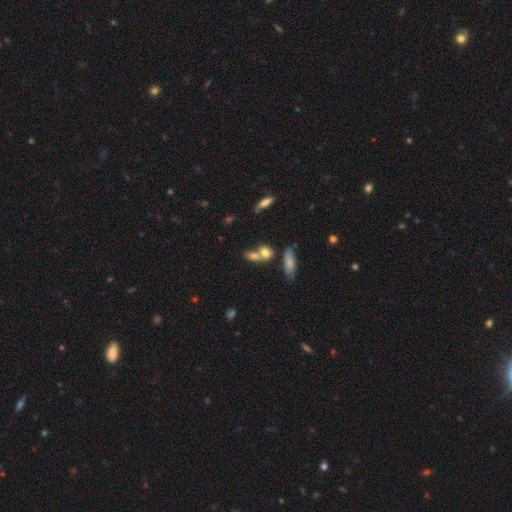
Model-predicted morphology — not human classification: smooth 72%, featured or disk 15%, star or artifact 14%. Down the decision tree: how rounded — in between (59%); merging — merger (49%).